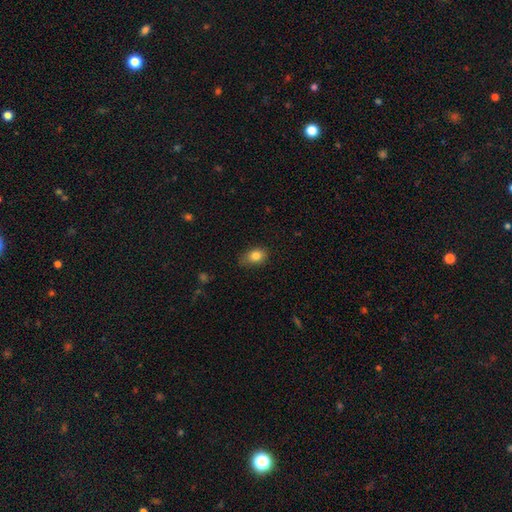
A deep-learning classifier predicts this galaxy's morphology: Q: Smooth or featured?
A: smooth (82%); runner-up: star or artifact (9%)
Q: How rounded?
A: in between (77%); runner-up: round (21%)
Q: Merging?
A: none (72%); runner-up: minor disturbance (23%)